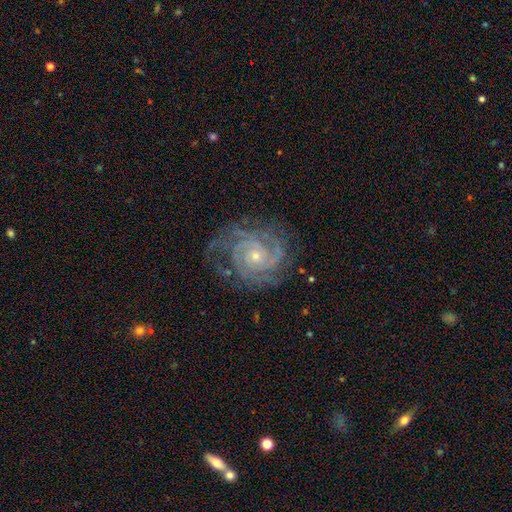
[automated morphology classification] A featured or disk galaxy (91%) with no bar (75%), 2 (36%) tight (73%) spiral arms (98%) and a small central bulge (68%).

Vote fractions:
- Smooth or featured? featured or disk: 91% / star or artifact: 6% / smooth: 4%
- Edge-on disk? no: 98% / yes: 2%
- Bar? no: 75% / weak: 19% / strong: 6%
- Spiral arms? yes: 98% / no: 2%
- Spiral winding? tight: 73% / medium: 24% / loose: 3%
- Spiral arm count? 2: 36% / 3: 26% / can't tell: 15% / 4: 12% / more than 4: 6% / 1: 6%
- Bulge size? small: 68% / moderate: 29% / none: 1% / large: 1% / dominant: 1%
- Merging? none: 72% / minor disturbance: 18% / major disturbance: 9% / merger: 1%